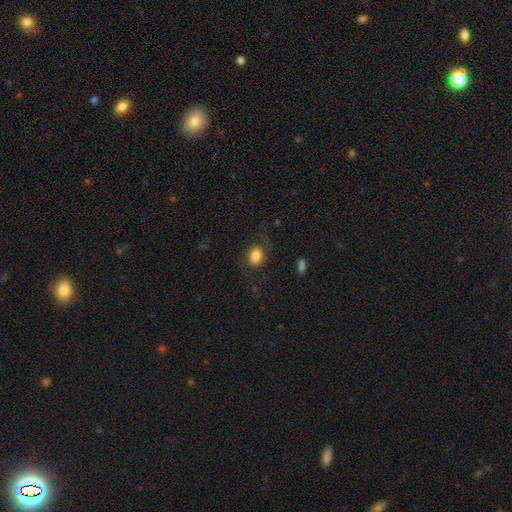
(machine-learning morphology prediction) Smooth or featured? smooth (82%)
How rounded? in between (50%)
Merging? none (72%)